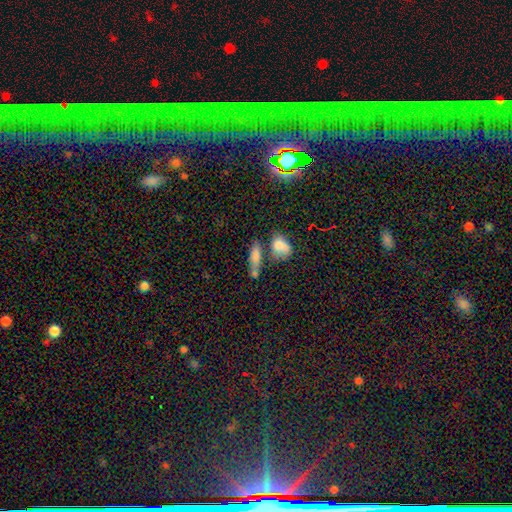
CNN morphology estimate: This is likely a smooth galaxy (74%). How rounded: possibly in between (49%). Merging: marginally none (41%).